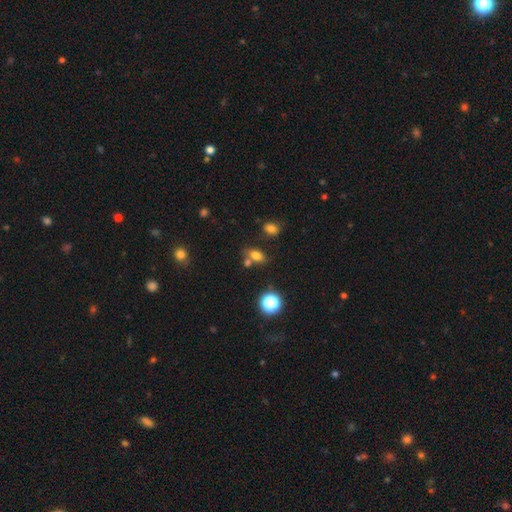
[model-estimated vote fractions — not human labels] The model was most divided on "merging": none: 58%, merger: 24%, minor disturbance: 13%, major disturbance: 5%. More confident: how rounded — in between (75%); smooth or featured — smooth (74%).